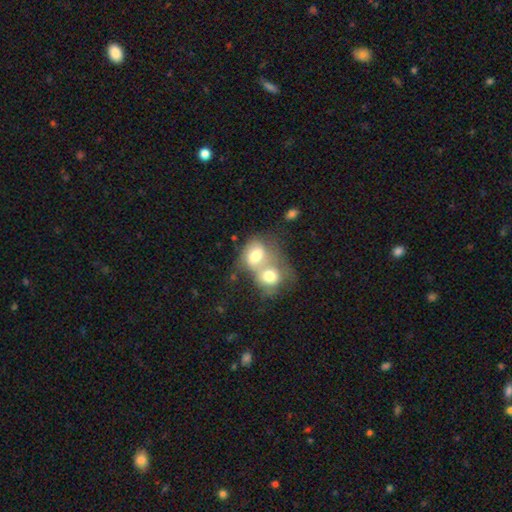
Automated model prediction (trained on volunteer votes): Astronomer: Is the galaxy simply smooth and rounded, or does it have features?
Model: smooth — 62%.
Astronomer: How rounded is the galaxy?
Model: in between — 50% (runner-up: round, 49%).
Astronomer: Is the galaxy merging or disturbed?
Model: merger — 78%.